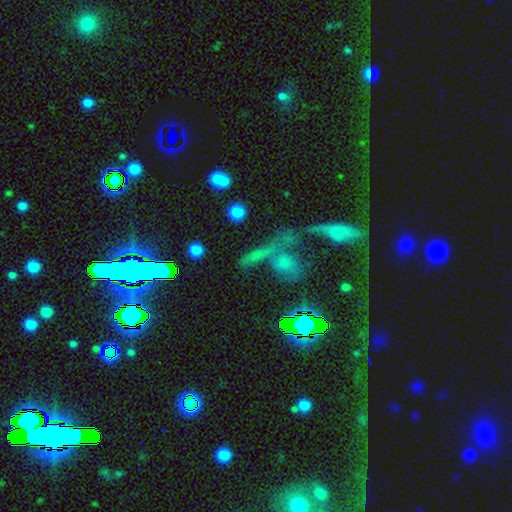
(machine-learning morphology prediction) Smooth or featured?
  - smooth: 55% *
  - star or artifact: 24%
  - featured or disk: 21%
How rounded?
  - round: 40% *
  - cigar-shaped: 32%
  - in between: 29%
Merging?
  - none: 52% *
  - merger: 24%
  - minor disturbance: 12%
  - major disturbance: 12%